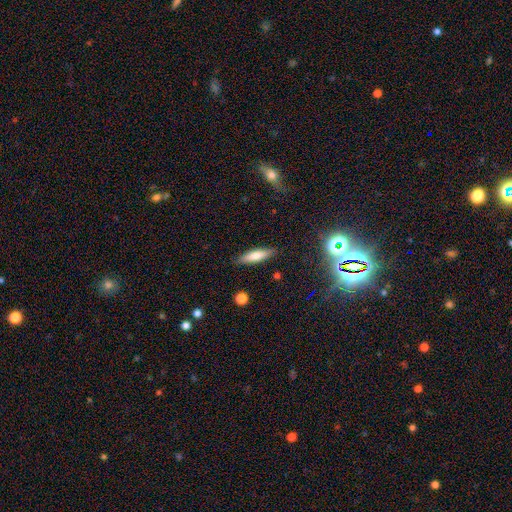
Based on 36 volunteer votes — smooth-or-featured: smooth: 81% | featured or disk: 14% | star or artifact: 6%
  how-rounded: cigar-shaped: 52% | in between: 48% | round: 0%
  merging: none: 97% | minor disturbance: 3% | major disturbance: 0% | merger: 0%